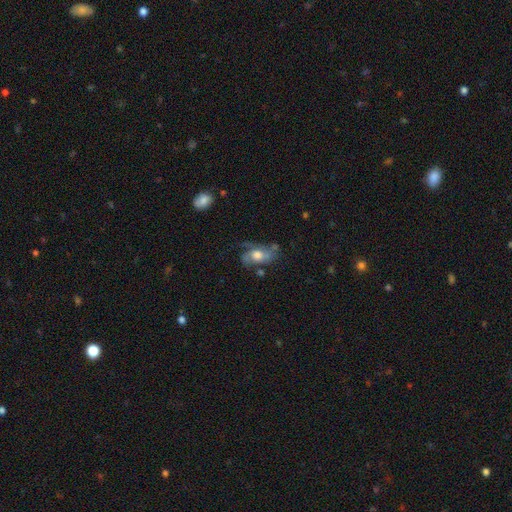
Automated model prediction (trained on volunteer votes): smooth-or-featured: featured or disk: 70% | smooth: 21% | star or artifact: 9%
  disk-edge-on: no: 93% | yes: 7%
    bar: no: 71% | weak: 23% | strong: 6%
    has-spiral-arms: yes: 84% | no: 16%
      spiral-winding: medium: 45% | loose: 33% | tight: 22%
      spiral-arm-count: 2: 47% | can't tell: 20% | 3: 19% | 1: 6% | 4: 4% | more than 4: 3%
    bulge-size: moderate: 57% | large: 29% | small: 9% | none: 2% | dominant: 2%
  merging: none: 52% | minor disturbance: 24% | major disturbance: 21% | merger: 3%